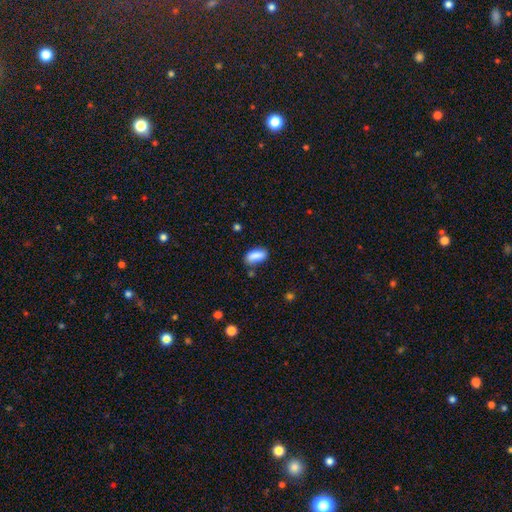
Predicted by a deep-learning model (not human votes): Morphology: type=smooth (87%); roundness=in between (90%); merging=none (71%).